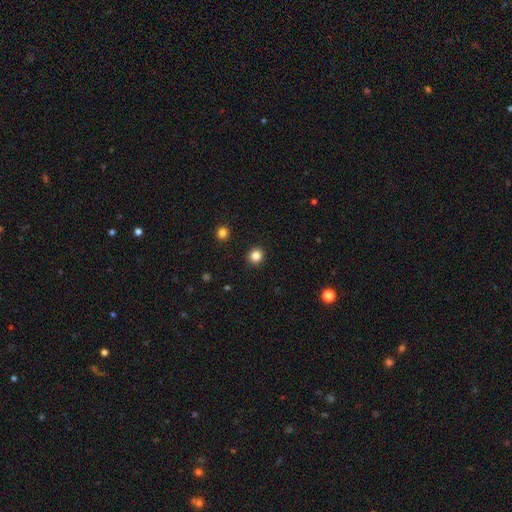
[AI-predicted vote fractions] smooth_or_featured: smooth (p=0.84) [alt: star or artifact p=0.12]
how_rounded: round (p=0.90) [alt: in between p=0.09]
merging: none (p=0.93) [alt: minor disturbance p=0.05]